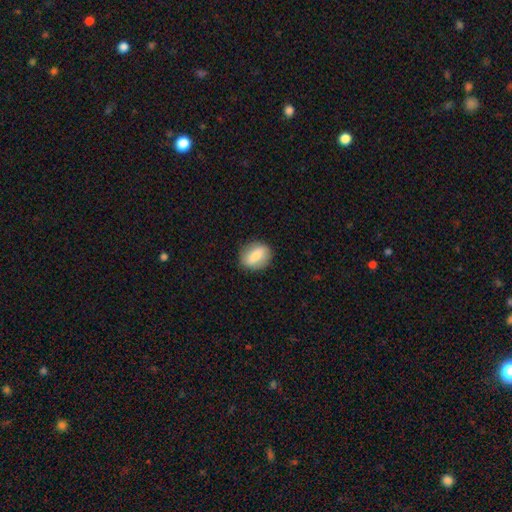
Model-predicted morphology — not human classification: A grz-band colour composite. It shows a smooth galaxy with no disk features (74%) that is in between round and cigar-shaped (57%). Merging: none (84%).